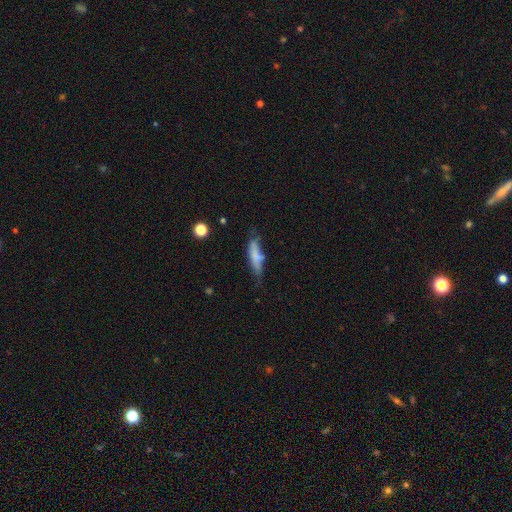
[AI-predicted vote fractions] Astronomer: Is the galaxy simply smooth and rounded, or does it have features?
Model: smooth — 66%.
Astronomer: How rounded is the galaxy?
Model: cigar-shaped — 64%.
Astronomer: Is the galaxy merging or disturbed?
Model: none — 46% (runner-up: minor disturbance, 32%).